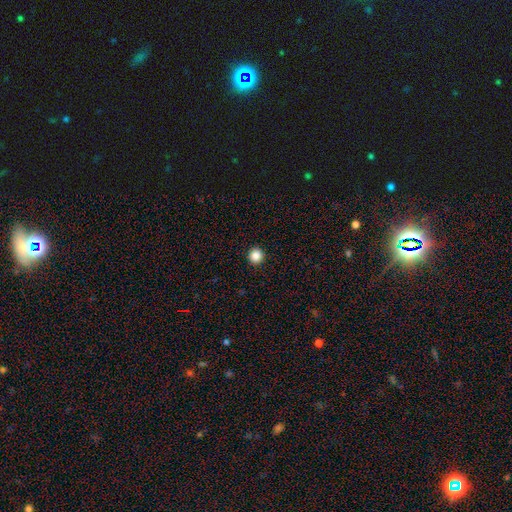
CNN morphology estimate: A smooth galaxy with no disk features (86%) that is round (96%). Merging: none (94%).